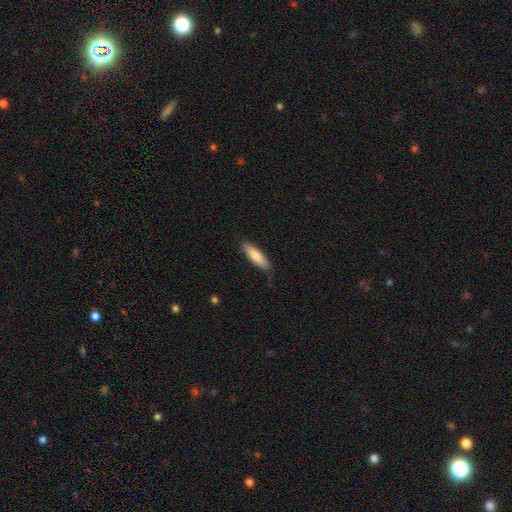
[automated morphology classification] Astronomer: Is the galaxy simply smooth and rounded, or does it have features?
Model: smooth — 77%.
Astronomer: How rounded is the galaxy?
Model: cigar-shaped — 67%.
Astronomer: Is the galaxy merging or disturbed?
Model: none — 86%.